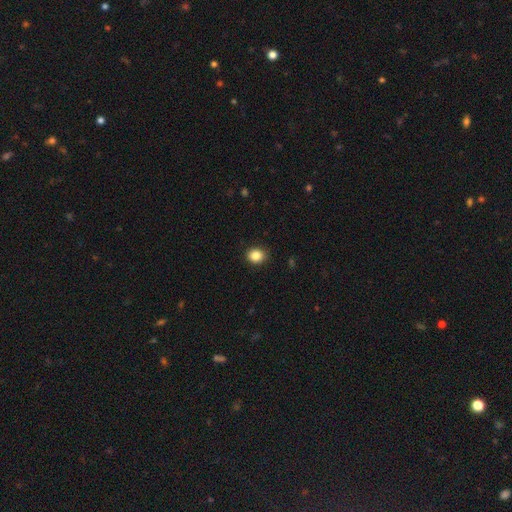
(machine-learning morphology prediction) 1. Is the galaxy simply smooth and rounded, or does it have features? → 87% smooth, 10% star or artifact, 4% featured or disk.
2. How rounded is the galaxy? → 67% round, 32% in between, 1% cigar-shaped.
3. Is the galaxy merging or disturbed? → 89% none, 8% minor disturbance, 2% major disturbance, 1% merger.